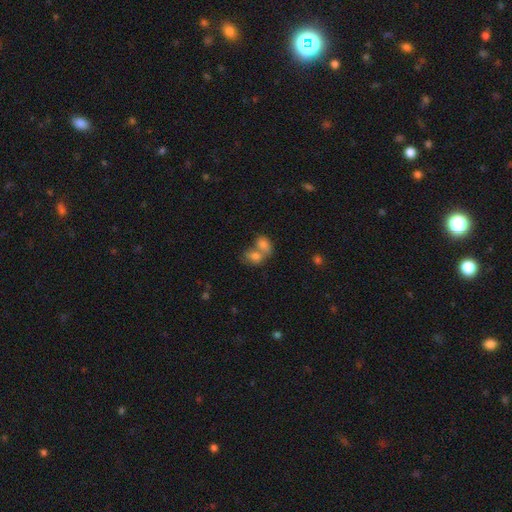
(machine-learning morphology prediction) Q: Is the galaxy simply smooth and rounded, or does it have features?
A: smooth — 76%.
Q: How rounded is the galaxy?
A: in between — 70%.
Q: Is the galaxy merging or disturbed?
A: merger — 69%.